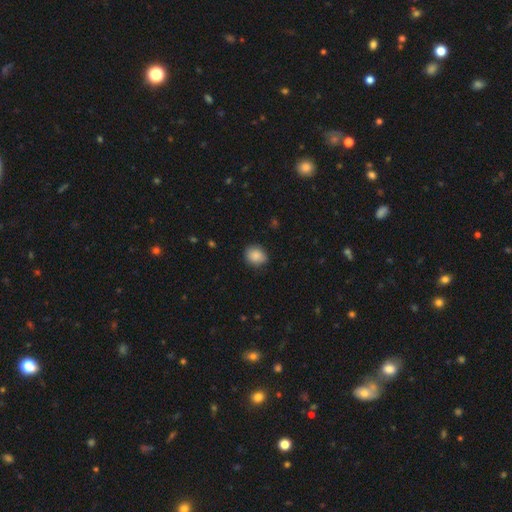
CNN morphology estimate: type=smooth (88%); roundness=round (61%); merging=none (83%).